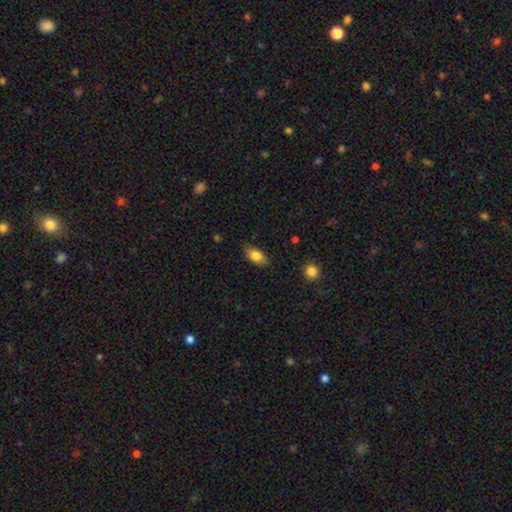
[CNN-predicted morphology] Q: Smooth or featured?
A: smooth (81%); runner-up: featured or disk (12%)
Q: How rounded?
A: in between (88%); runner-up: round (8%)
Q: Merging?
A: none (80%); runner-up: minor disturbance (16%)